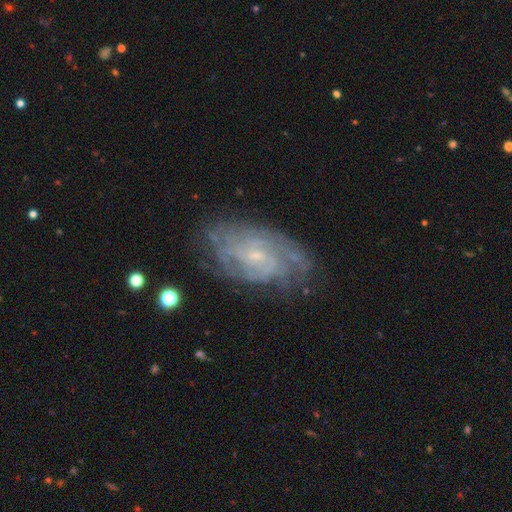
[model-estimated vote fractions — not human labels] The model was most divided on "bar": no: 54%, weak: 39%, strong: 7%. Remaining: edge-on disk — no (96%); spiral arms — yes (91%); smooth or featured — featured or disk (82%); bulge size — small (76%); merging — none (70%); spiral winding — tight (60%); spiral arm count — can't tell (46%).